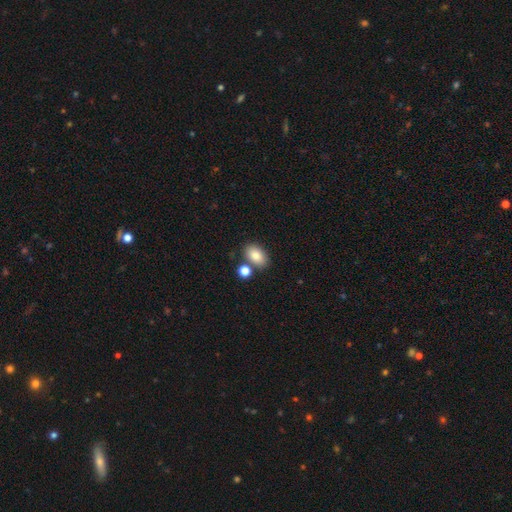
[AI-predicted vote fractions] Smooth or featured? smooth (84%)
How rounded? in between (87%)
Merging? none (72%)